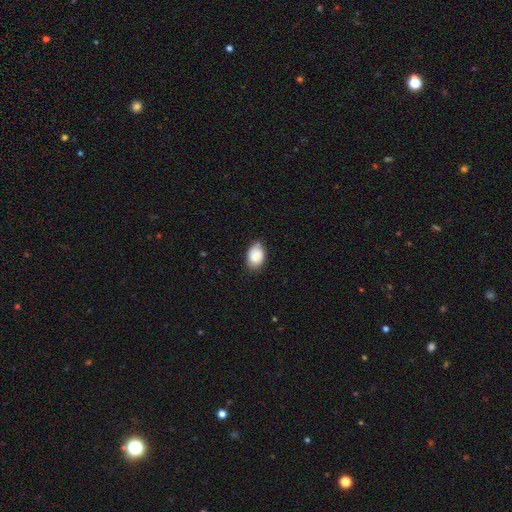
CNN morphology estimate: smooth-or-featured: smooth: 84% | featured or disk: 8% | star or artifact: 8%
  how-rounded: in between: 78% | round: 21% | cigar-shaped: 1%
  merging: none: 70% | minor disturbance: 24% | major disturbance: 4% | merger: 2%